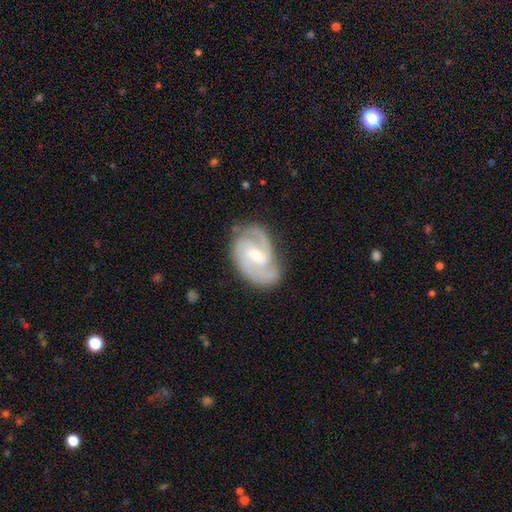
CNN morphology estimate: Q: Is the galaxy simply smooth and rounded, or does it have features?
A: featured or disk — 88%.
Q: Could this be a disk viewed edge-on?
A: no — 97%.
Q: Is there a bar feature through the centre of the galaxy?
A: weak — 57%.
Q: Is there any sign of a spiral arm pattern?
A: yes — 97%.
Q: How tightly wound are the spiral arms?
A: medium — 51%.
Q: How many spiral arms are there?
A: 2 — 78%.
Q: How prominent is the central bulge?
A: small — 50%.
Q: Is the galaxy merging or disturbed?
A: none — 75%.